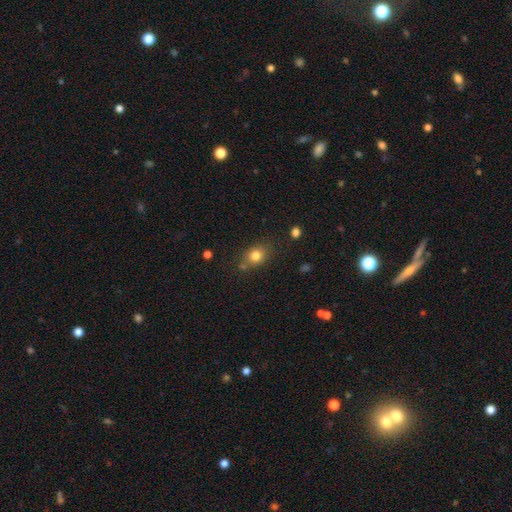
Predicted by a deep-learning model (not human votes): The model was most divided on "how rounded" (2-way tie): in between: 49%, round: 49%, cigar-shaped: 1%. More confident: smooth or featured — smooth (81%); merging — none (70%).